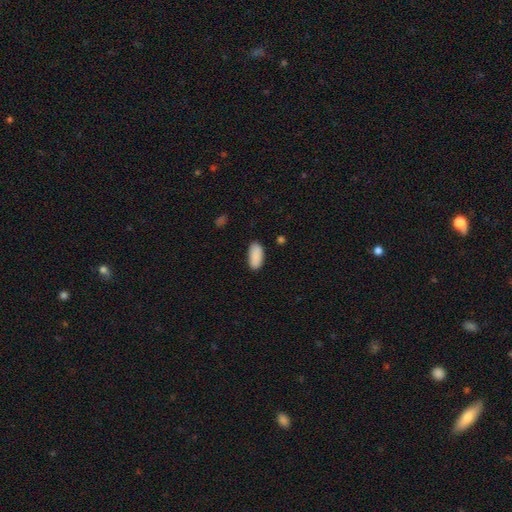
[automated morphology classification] smooth_or_featured: smooth (p=0.90) [alt: star or artifact p=0.06]
how_rounded: in between (p=0.90) [alt: cigar-shaped p=0.08]
merging: none (p=0.85) [alt: minor disturbance p=0.11]